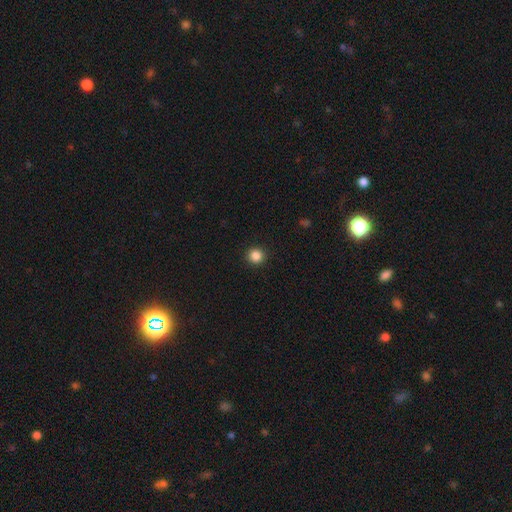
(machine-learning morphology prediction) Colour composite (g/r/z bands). It shows a smooth galaxy with no disk features (86%) that is round (94%). Merging: none (93%).